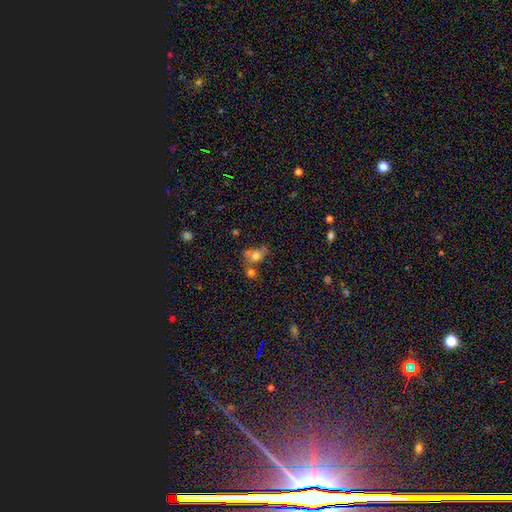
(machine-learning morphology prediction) Smooth or featured?
  - smooth: 68% *
  - featured or disk: 18%
  - star or artifact: 15%
How rounded?
  - round: 55% *
  - in between: 43%
  - cigar-shaped: 2%
Merging?
  - merger: 43% *
  - none: 34%
  - minor disturbance: 13%
  - major disturbance: 9%